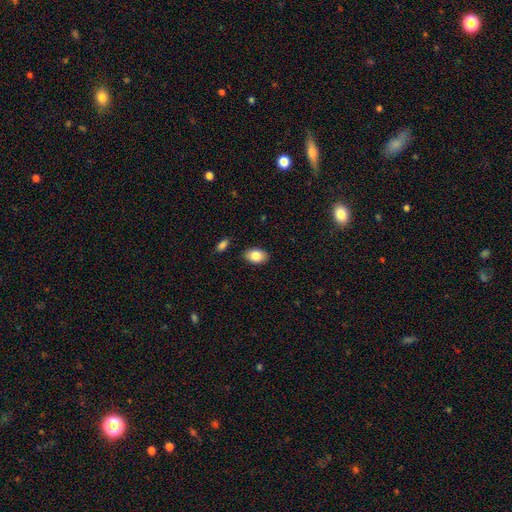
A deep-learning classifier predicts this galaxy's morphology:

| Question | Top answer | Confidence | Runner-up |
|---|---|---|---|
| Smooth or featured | smooth | 84% | featured or disk (9%) |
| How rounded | in between | 87% | round (12%) |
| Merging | none | 87% | minor disturbance (9%) |